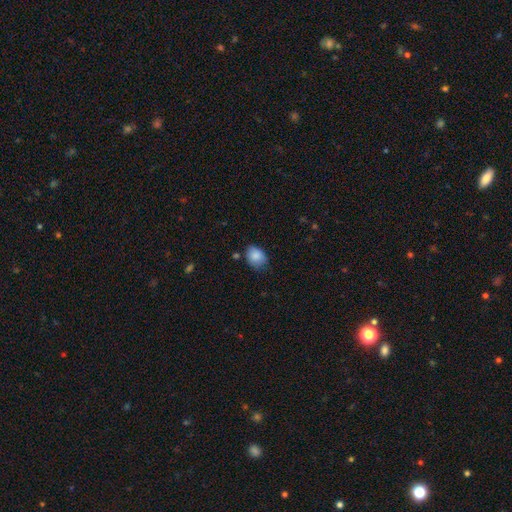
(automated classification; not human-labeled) A smooth galaxy with no disk features (86%) that is in between round and cigar-shaped (64%). Merging: none (65%).